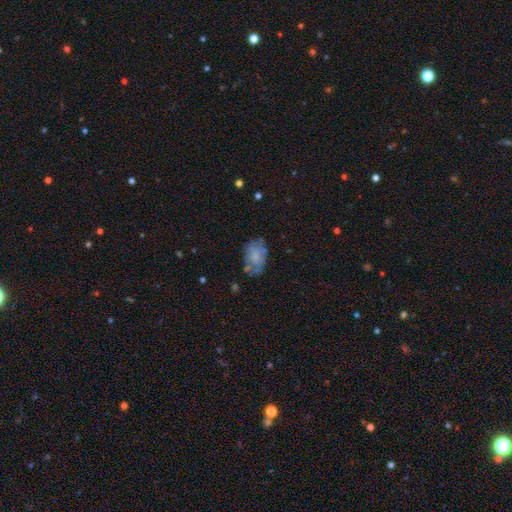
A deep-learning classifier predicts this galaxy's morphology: Smooth or featured? Predicted: smooth (p=0.51). How rounded? Predicted: in between (p=0.87). Merging? Predicted: none (p=0.54).